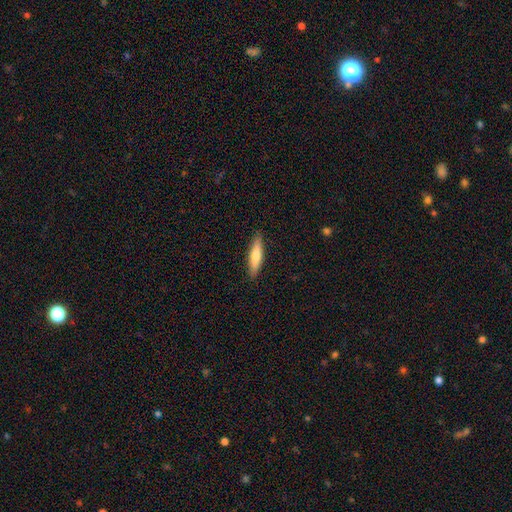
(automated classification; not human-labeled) The model was most divided on "smooth or featured": smooth: 68%, featured or disk: 27%, star or artifact: 5%. More confident: merging — none (89%); how rounded — cigar-shaped (78%).